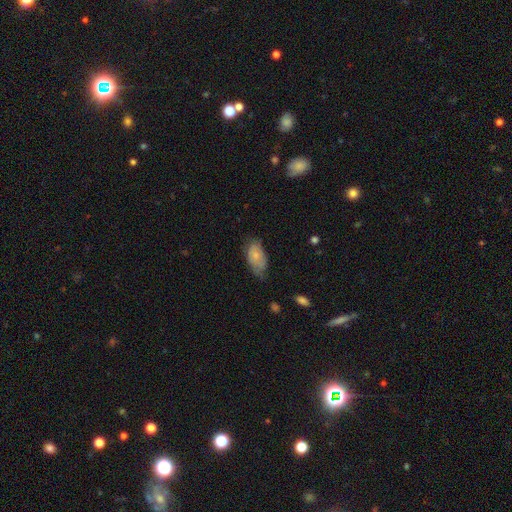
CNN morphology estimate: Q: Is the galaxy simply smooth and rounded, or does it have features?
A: smooth — 68%.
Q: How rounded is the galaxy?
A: in between — 93%.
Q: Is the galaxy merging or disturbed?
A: none — 47%.